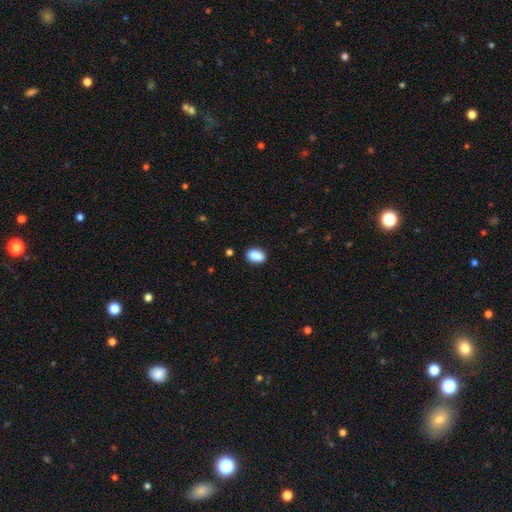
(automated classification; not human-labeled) Q: Smooth or featured?
A: smooth (88%); runner-up: star or artifact (8%)
Q: How rounded?
A: in between (87%); runner-up: round (10%)
Q: Merging?
A: none (84%); runner-up: minor disturbance (11%)